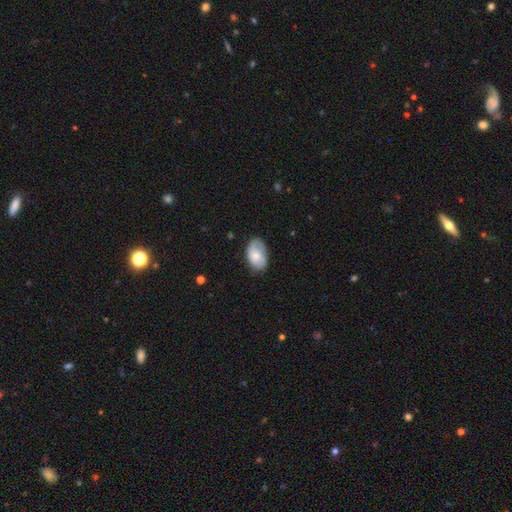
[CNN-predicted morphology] Smooth or featured: smooth — 62% (featured or disk — 31%)
How rounded: in between — 90% (round — 9%)
Merging: none — 67% (minor disturbance — 26%)